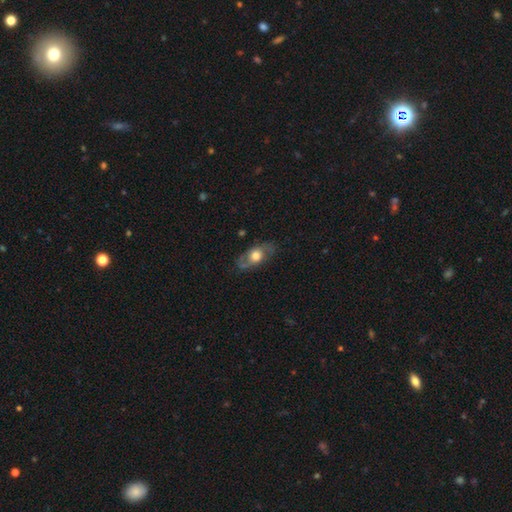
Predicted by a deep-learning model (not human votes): Smooth or featured? featured or disk (56%)
Edge-on disk? no (81%)
Merging? none (75%)